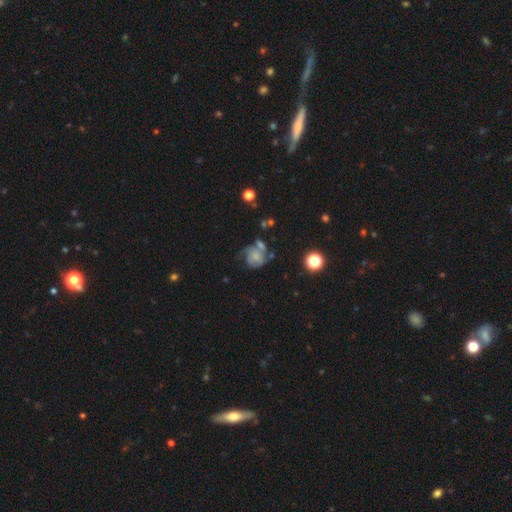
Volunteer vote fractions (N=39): A featured or disk galaxy (67%) with no bar (76%), 1 (33%) medium (43%) spiral arms (84%) and a moderate central bulge (40%). Merging: minor disturbance (29%).